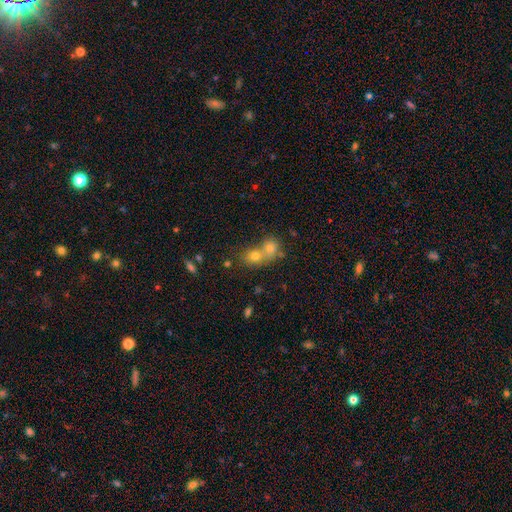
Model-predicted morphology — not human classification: Q: Smooth or featured?
A: smooth (62%); runner-up: star or artifact (21%)
Q: How rounded?
A: round (75%); runner-up: in between (23%)
Q: Merging?
A: merger (60%); runner-up: none (32%)